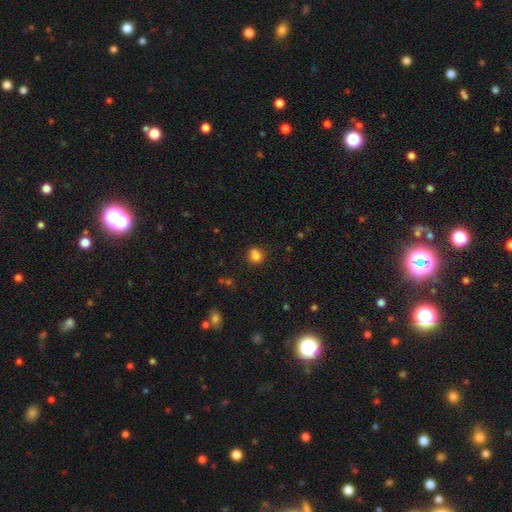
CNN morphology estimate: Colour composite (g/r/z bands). It shows a smooth galaxy with no disk features (81%) that is round (68%). Merging: none (71%).